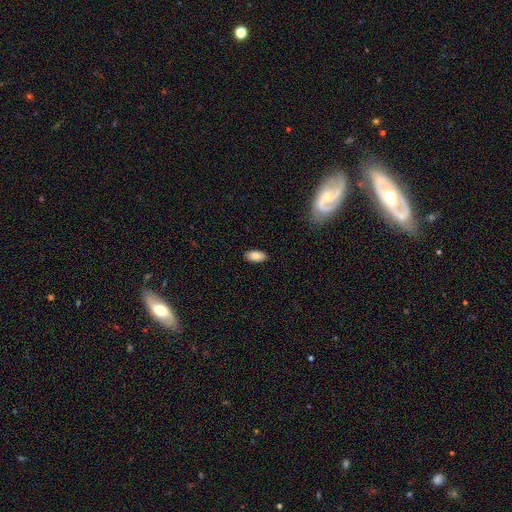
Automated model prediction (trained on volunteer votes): smooth_or_featured: smooth (p=0.87) [alt: star or artifact p=0.07]
how_rounded: in between (p=0.94) [alt: cigar-shaped p=0.03]
merging: none (p=0.89) [alt: minor disturbance p=0.09]